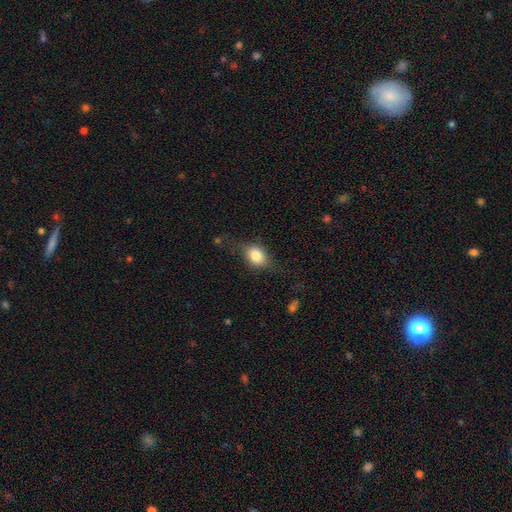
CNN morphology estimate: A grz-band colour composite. It shows a smooth galaxy with no disk features (76%) that is in between round and cigar-shaped (64%). Merging: none (64%).